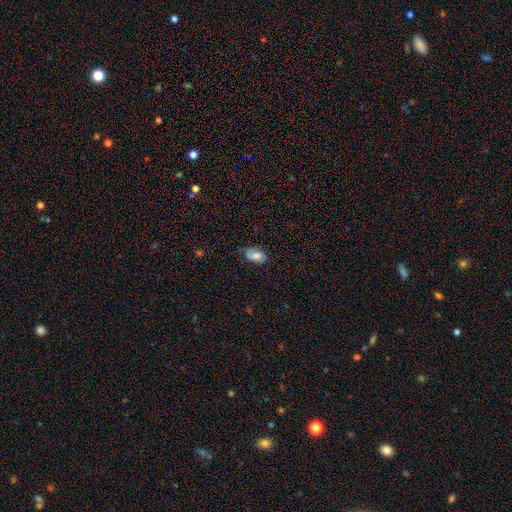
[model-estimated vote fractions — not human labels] The model was most divided on "merging": none: 70%, minor disturbance: 23%, major disturbance: 5%, merger: 1%. More confident: how rounded — in between (92%); smooth or featured — smooth (72%).